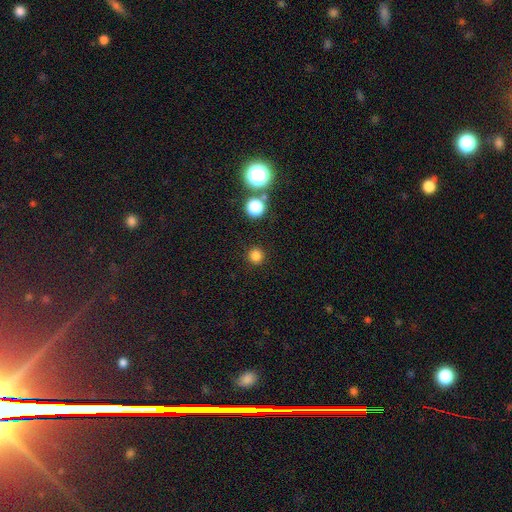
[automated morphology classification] A smooth galaxy with no disk features (81%) that is round (94%).

Vote fractions:
- Smooth or featured? smooth: 81% / star or artifact: 15% / featured or disk: 4%
- How rounded? round: 94% / in between: 5% / cigar-shaped: 1%
- Merging? none: 90% / minor disturbance: 5% / major disturbance: 2% / merger: 2%